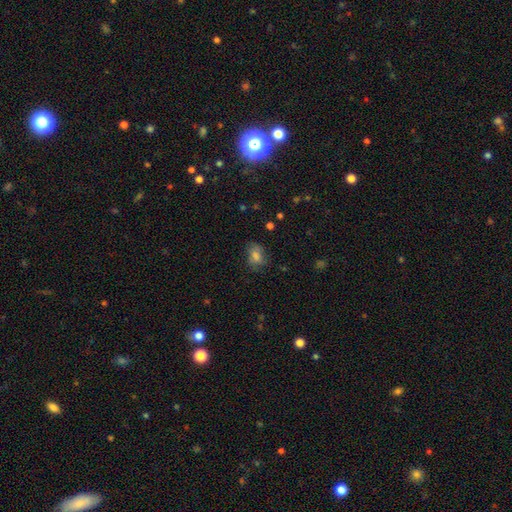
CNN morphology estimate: This is likely a smooth galaxy (69%). How rounded: likely in between (66%). Merging: likely none (63%).